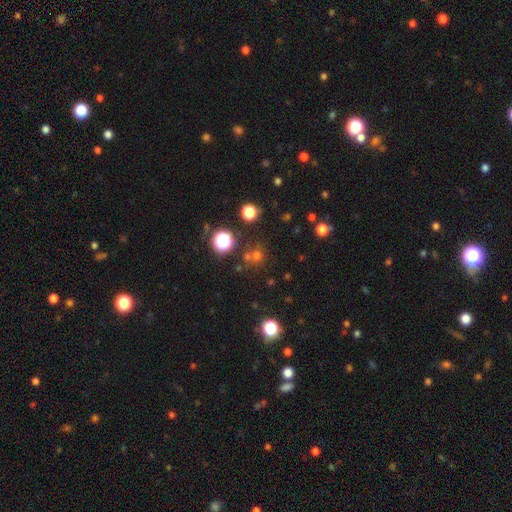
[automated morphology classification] The model was most divided on "smooth or featured": smooth: 51%, star or artifact: 40%, featured or disk: 8%. More confident: how rounded — round (90%); merging — none (69%).